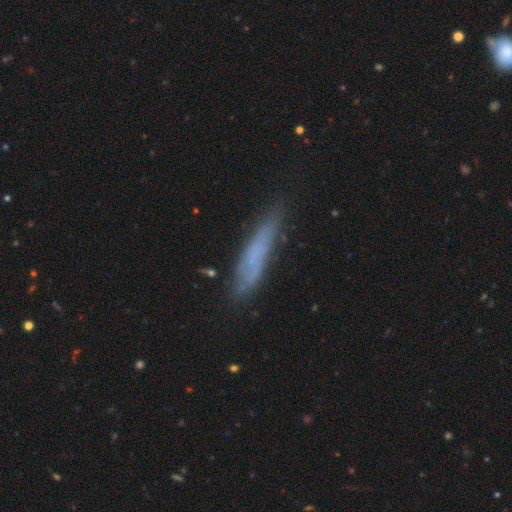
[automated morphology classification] Q: Smooth or featured?
A: smooth (53%); runner-up: featured or disk (37%)
Q: How rounded?
A: cigar-shaped (83%); runner-up: in between (15%)
Q: Merging?
A: none (66%); runner-up: minor disturbance (24%)